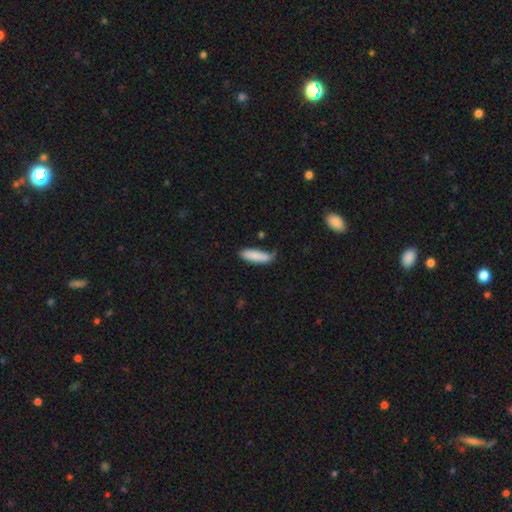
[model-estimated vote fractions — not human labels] A smooth galaxy with no disk features (85%) that is cigar-shaped (59%).

Vote fractions:
- Smooth or featured? smooth: 85% / featured or disk: 9% / star or artifact: 6%
- How rounded? cigar-shaped: 59% / in between: 39% / round: 2%
- Merging? none: 63% / minor disturbance: 27% / major disturbance: 6% / merger: 4%